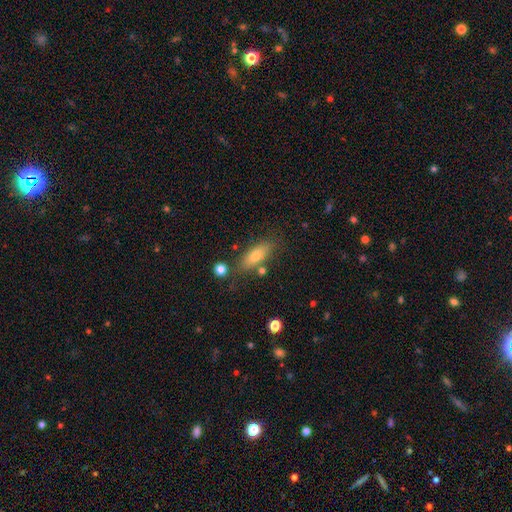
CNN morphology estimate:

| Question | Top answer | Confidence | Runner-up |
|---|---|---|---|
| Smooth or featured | smooth | 64% | featured or disk (18%) |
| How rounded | in between | 60% | cigar-shaped (35%) |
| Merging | none | 77% | minor disturbance (12%) |